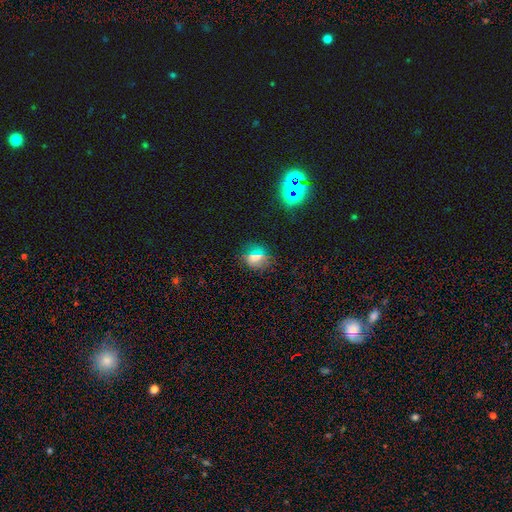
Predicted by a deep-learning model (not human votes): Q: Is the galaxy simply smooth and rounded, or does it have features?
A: smooth — 57%.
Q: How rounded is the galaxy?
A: round — 67%.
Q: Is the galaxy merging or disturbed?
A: none — 83%.